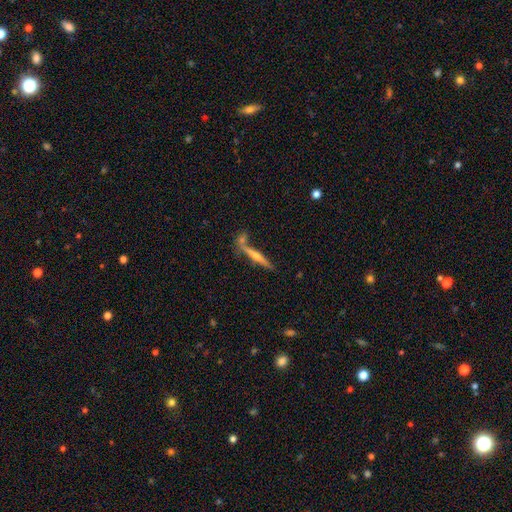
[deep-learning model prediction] Smooth or featured? Predicted: featured or disk (p=0.73). Edge-on disk? Predicted: yes (p=0.97). Edge-on bulge? Predicted: rounded (p=0.87). Merging? Predicted: none (p=0.71).